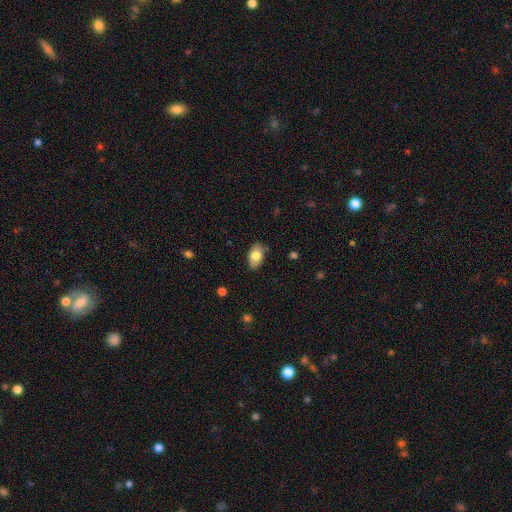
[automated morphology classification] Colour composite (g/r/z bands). It shows a smooth galaxy with no disk features (76%) that is in between round and cigar-shaped (92%). Merging: none (81%).